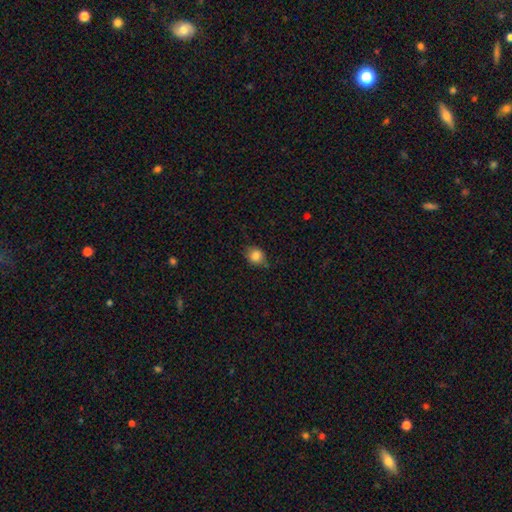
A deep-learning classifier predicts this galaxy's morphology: Smooth or featured?
  - smooth: 84% *
  - star or artifact: 10%
  - featured or disk: 6%
How rounded?
  - round: 67% *
  - in between: 32%
  - cigar-shaped: 1%
Merging?
  - none: 72% *
  - minor disturbance: 22%
  - major disturbance: 4%
  - merger: 2%